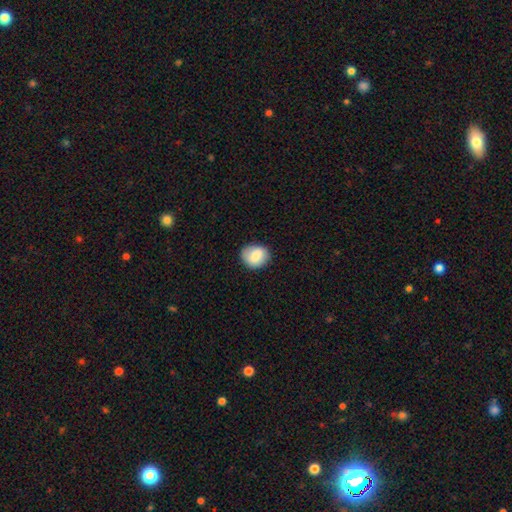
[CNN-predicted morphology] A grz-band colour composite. It shows a smooth galaxy with no disk features (80%) that is round (61%). Merging: none (81%).